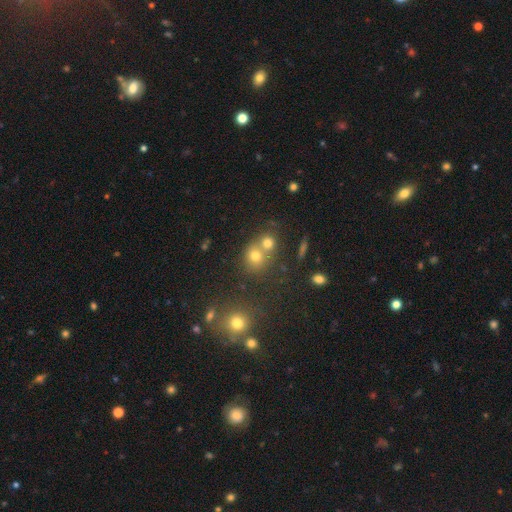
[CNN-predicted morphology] smooth 68%, star or artifact 19%, featured or disk 13%. Down the decision tree: how rounded — round (77%); merging — none (48%).